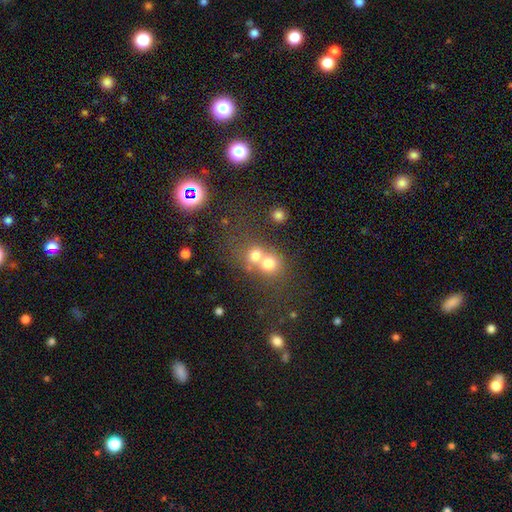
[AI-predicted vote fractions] A smooth galaxy with no disk features (69%) that is round (79%). Merging: merger (60%).